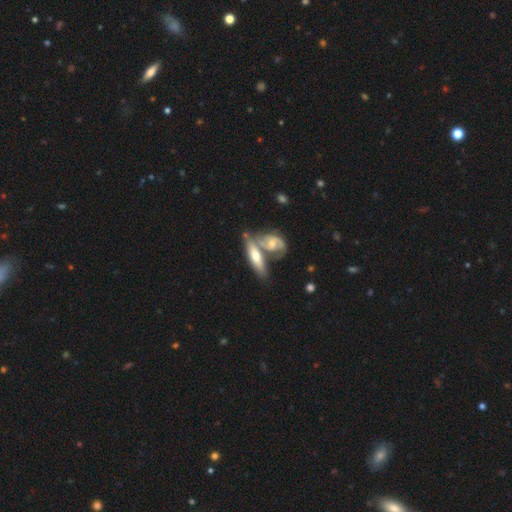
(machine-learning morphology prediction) Smooth or featured?
  - featured or disk: 54% *
  - smooth: 41%
  - star or artifact: 5%
Edge-on disk?
  - no: 53% *
  - yes: 47%
Merging?
  - merger: 47% *
  - none: 37%
  - minor disturbance: 12%
  - major disturbance: 4%